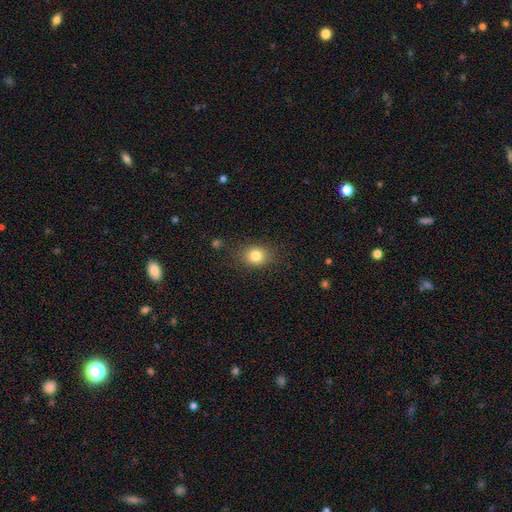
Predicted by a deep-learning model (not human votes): A smooth galaxy with no disk features (81%) that is round (59%). Merging: none (83%).